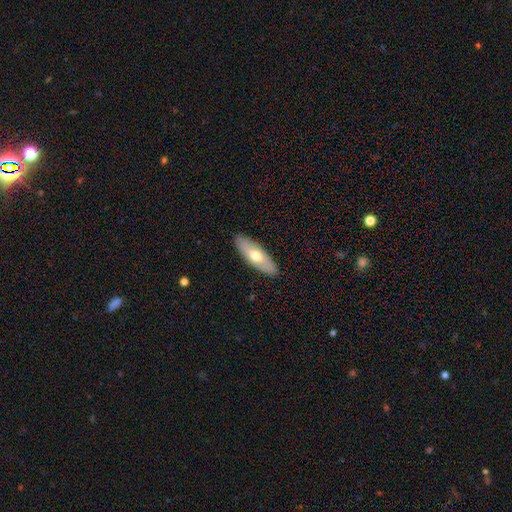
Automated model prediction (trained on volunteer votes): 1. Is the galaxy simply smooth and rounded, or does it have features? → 56% smooth, 39% featured or disk, 6% star or artifact.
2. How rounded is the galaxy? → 62% in between, 35% cigar-shaped, 2% round.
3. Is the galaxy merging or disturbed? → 89% none, 9% minor disturbance, 2% major disturbance, 1% merger.